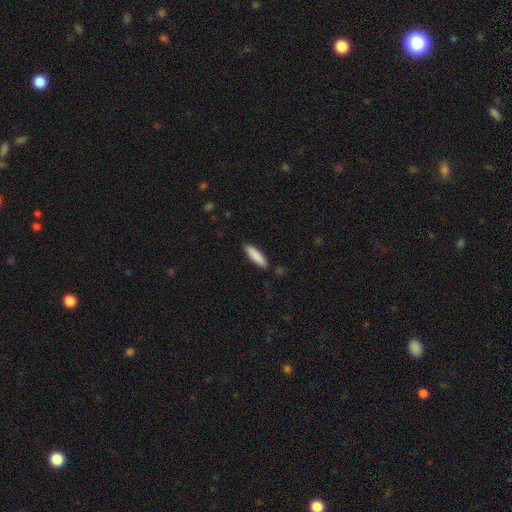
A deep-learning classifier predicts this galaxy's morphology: A smooth galaxy with no disk features (87%) that is cigar-shaped (72%). Merging: none (88%).